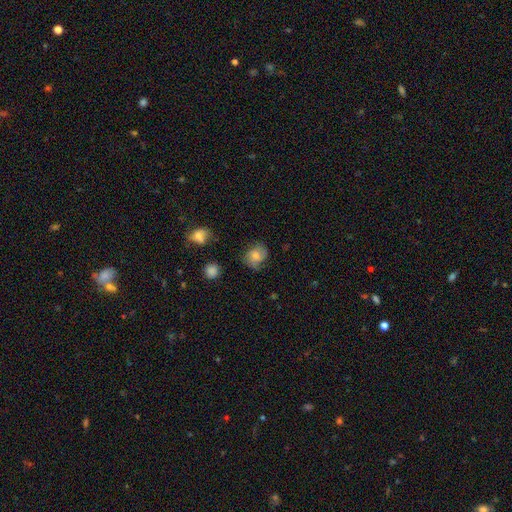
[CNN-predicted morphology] A smooth galaxy with no disk features (55%) that is round (61%). Merging: none (63%).